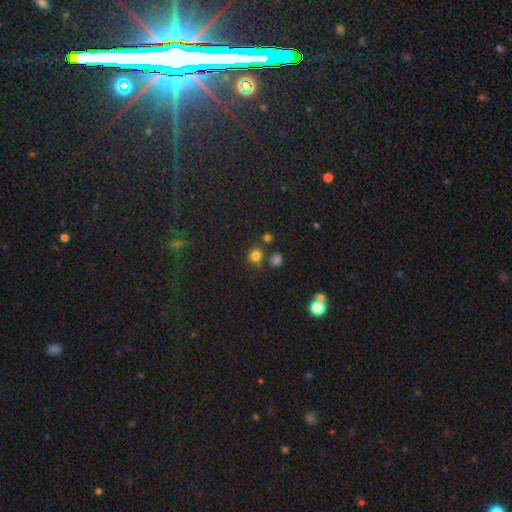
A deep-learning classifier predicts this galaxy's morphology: smooth-or-featured: smooth: 76% | star or artifact: 18% | featured or disk: 6%
  how-rounded: round: 84% | in between: 15% | cigar-shaped: 1%
  merging: none: 71% | merger: 13% | minor disturbance: 11% | major disturbance: 4%